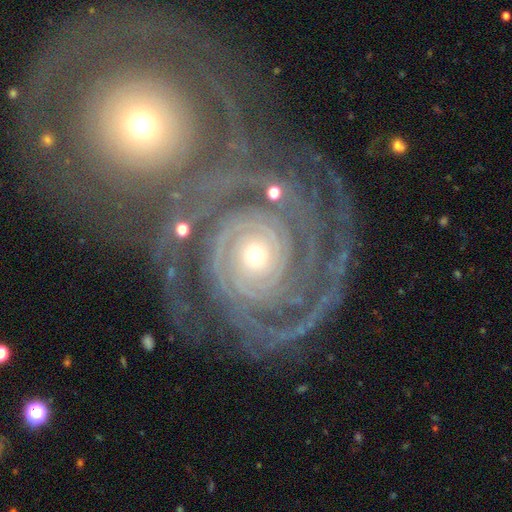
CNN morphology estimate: Smooth or featured?
  - featured or disk: 92% *
  - star or artifact: 5%
  - smooth: 3%
Edge-on disk?
  - no: 98% *
  - yes: 2%
Bar?
  - no: 76% *
  - weak: 14%
  - strong: 9%
Spiral arms?
  - yes: 98% *
  - no: 2%
Spiral winding?
  - tight: 82% *
  - medium: 15%
  - loose: 3%
Spiral arm count?
  - 2: 37% *
  - 3: 21%
  - can't tell: 16%
  - 4: 11%
  - more than 4: 8%
  - 1: 8%
Bulge size?
  - small: 63% *
  - moderate: 32%
  - large: 3%
  - dominant: 1%
  - none: 1%
Merging?
  - none: 47% *
  - merger: 26%
  - major disturbance: 14%
  - minor disturbance: 14%